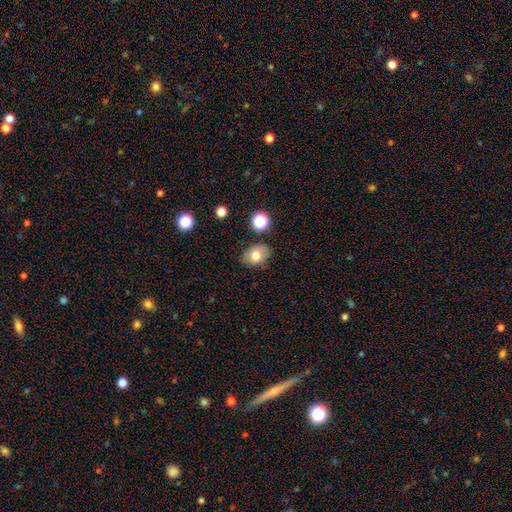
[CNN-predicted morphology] type=smooth (74%); roundness=in between (72%); merging=none (79%).